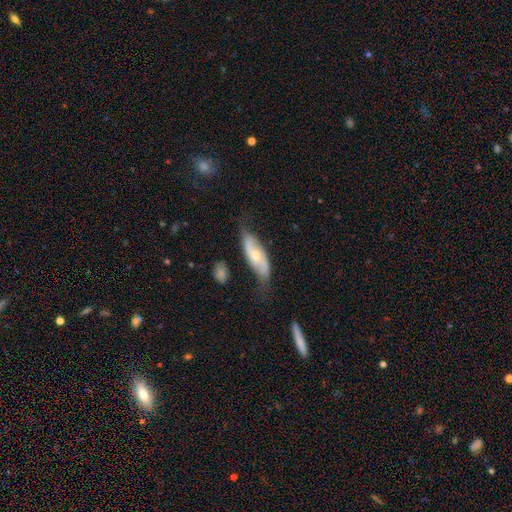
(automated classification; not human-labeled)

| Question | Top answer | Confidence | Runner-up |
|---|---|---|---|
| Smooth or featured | featured or disk | 61% | smooth (33%) |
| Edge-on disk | no | 81% | yes (19%) |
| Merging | none | 61% | minor disturbance (28%) |